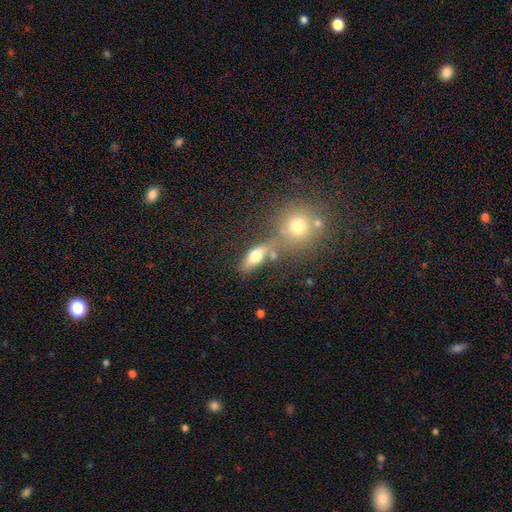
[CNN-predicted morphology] This appears to be a smooth galaxy with no disk features (64%) that is in between round and cigar-shaped (63%). Merging: none (54%).